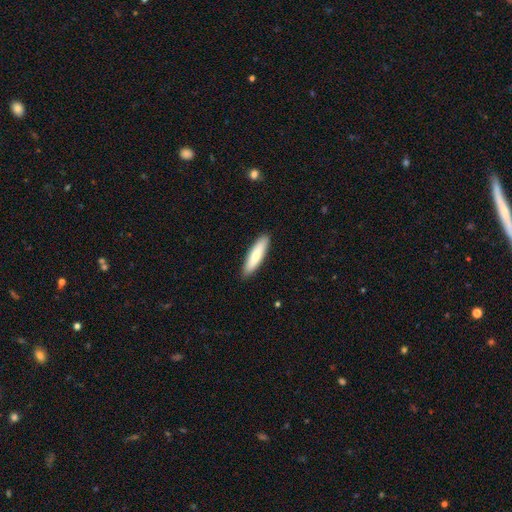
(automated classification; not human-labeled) This is likely a smooth galaxy (74%). How rounded: likely cigar-shaped (72%). Merging: clearly none (90%).